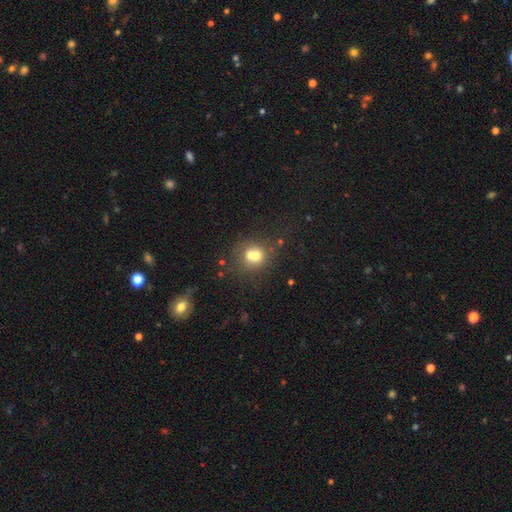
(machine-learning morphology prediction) Smooth or featured? smooth (65%)
How rounded? round (74%)
Merging? merger (55%)